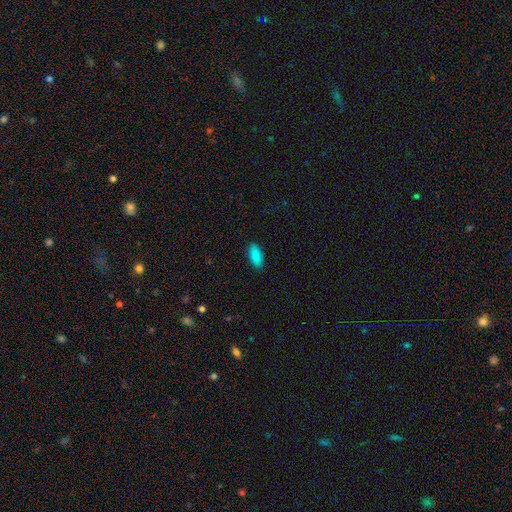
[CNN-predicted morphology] Overall: smooth (89%). How rounded: in between (89%). Merging: none (89%).